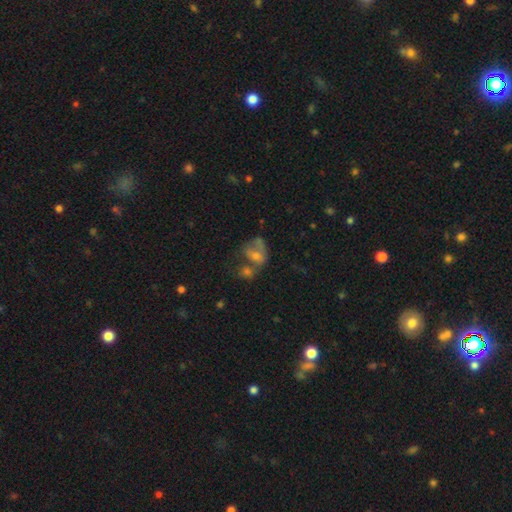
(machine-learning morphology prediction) Smooth or featured? Predicted: smooth (p=0.41). Merging? Predicted: merger (p=0.39).